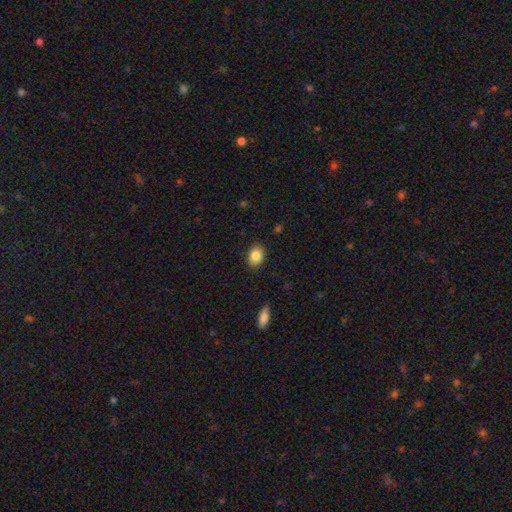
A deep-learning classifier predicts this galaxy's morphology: This appears to be a smooth galaxy with no disk features (85%) that is in between round and cigar-shaped (71%). Merging: none (88%).